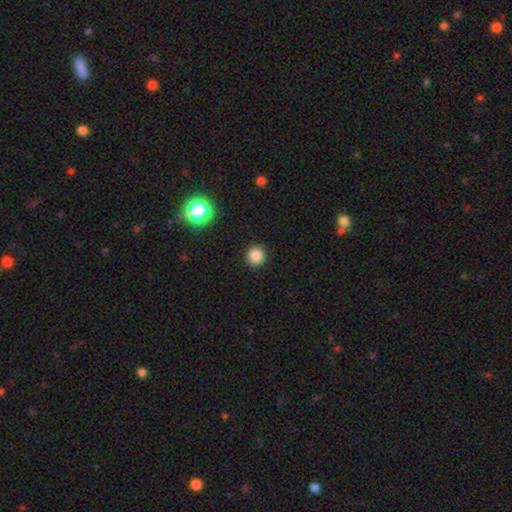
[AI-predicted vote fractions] Smooth or featured?
  - smooth: 84% *
  - star or artifact: 12%
  - featured or disk: 4%
How rounded?
  - round: 93% *
  - in between: 6%
  - cigar-shaped: 1%
Merging?
  - none: 92% *
  - minor disturbance: 5%
  - major disturbance: 2%
  - merger: 1%